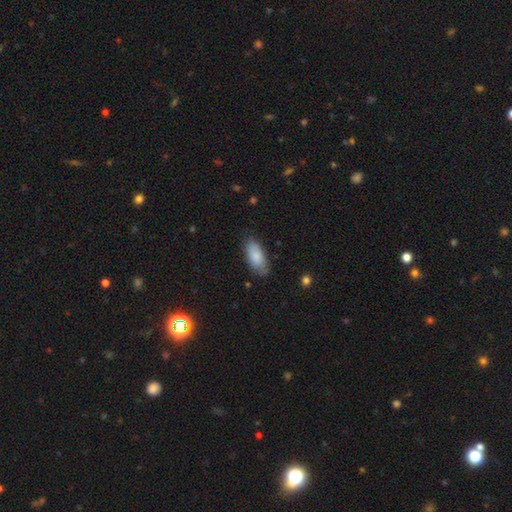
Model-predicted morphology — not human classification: A smooth galaxy with no disk features (85%) that is in between round and cigar-shaped (88%). Merging: none (79%).